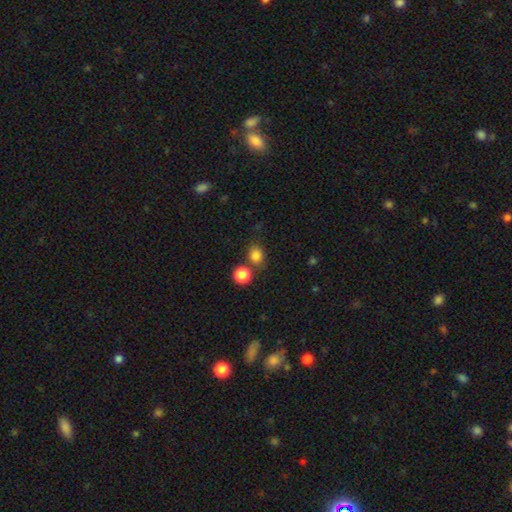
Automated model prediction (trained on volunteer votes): smooth 83%, star or artifact 12%, featured or disk 5%. Down the decision tree: how rounded — round (71%); merging — none (66%).